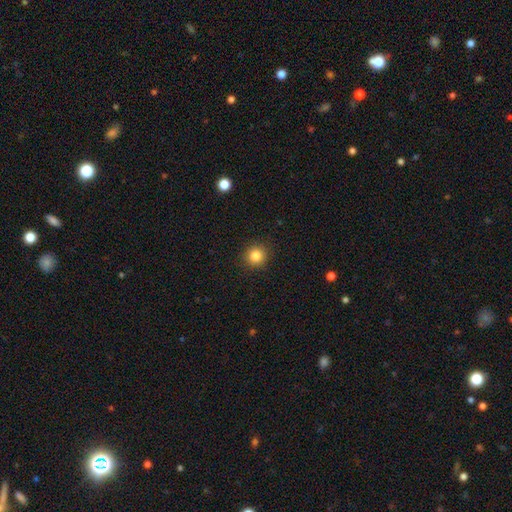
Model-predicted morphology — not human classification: A smooth galaxy with no disk features (84%) that is round (93%). Merging: none (91%).